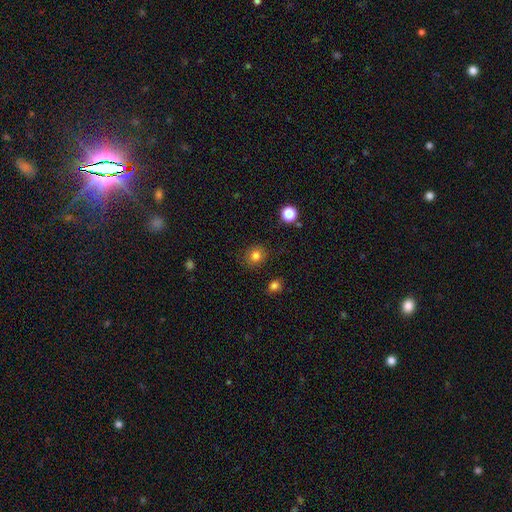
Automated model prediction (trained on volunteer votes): Smooth or featured? smooth (81%)
How rounded? round (82%)
Merging? none (87%)